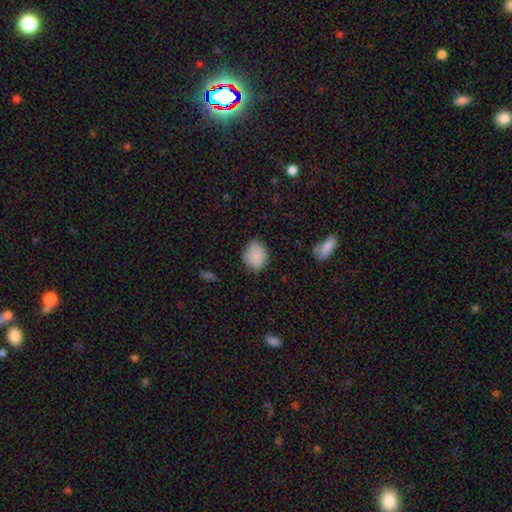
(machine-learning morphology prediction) This appears to be a smooth galaxy with no disk features (88%) that is round (59%). Merging: none (80%).